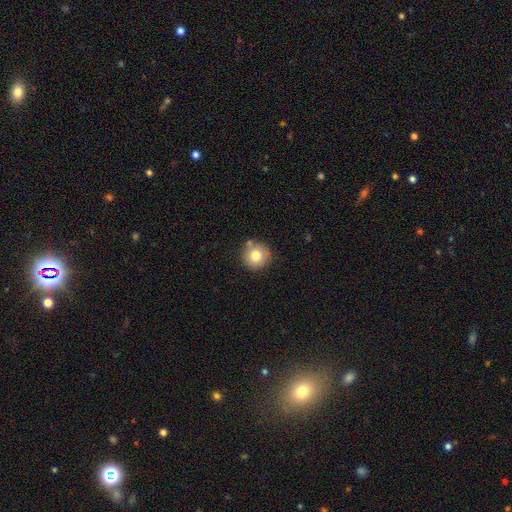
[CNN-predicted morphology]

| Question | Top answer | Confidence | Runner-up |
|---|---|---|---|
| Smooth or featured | smooth | 78% | featured or disk (12%) |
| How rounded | round | 93% | in between (6%) |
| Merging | none | 79% | minor disturbance (12%) |